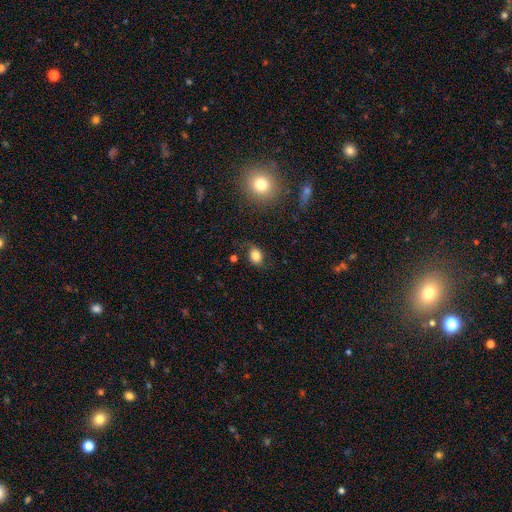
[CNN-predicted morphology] Smooth or featured?
  - smooth: 79% *
  - featured or disk: 11%
  - star or artifact: 10%
How rounded?
  - in between: 63% *
  - round: 35%
  - cigar-shaped: 1%
Merging?
  - none: 70% *
  - minor disturbance: 20%
  - major disturbance: 8%
  - merger: 2%